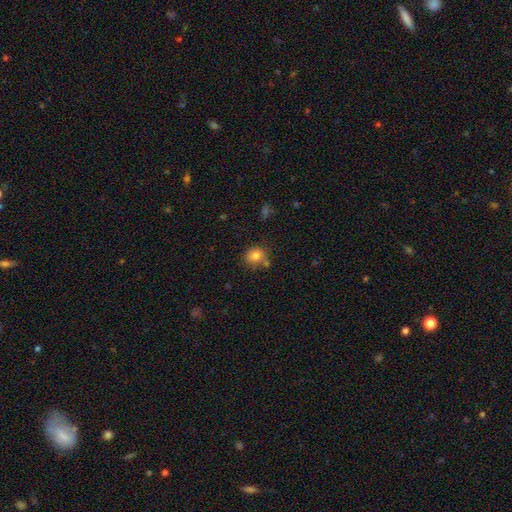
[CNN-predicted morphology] Smooth or featured? Predicted: smooth (p=0.80). How rounded? Predicted: round (p=0.72). Merging? Predicted: none (p=0.67).